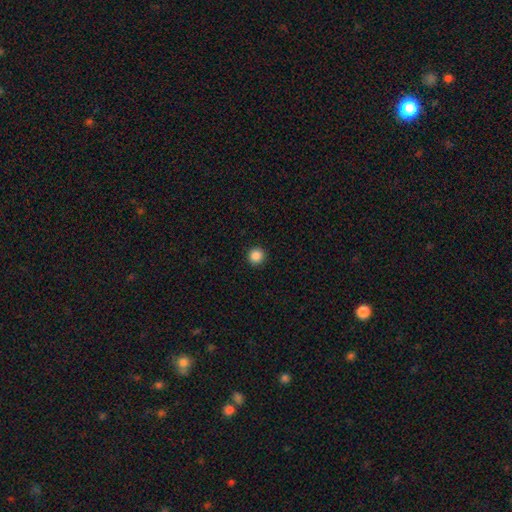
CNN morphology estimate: A smooth galaxy with no disk features (87%) that is round (96%).

Vote fractions:
- Smooth or featured? smooth: 87% / star or artifact: 10% / featured or disk: 3%
- How rounded? round: 96% / in between: 3% / cigar-shaped: 1%
- Merging? none: 93% / minor disturbance: 4% / major disturbance: 2% / merger: 1%